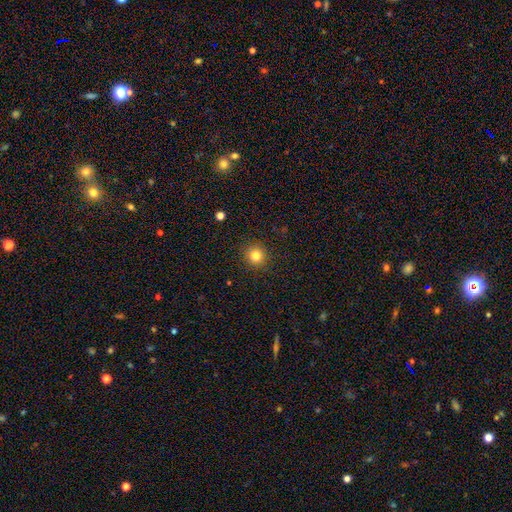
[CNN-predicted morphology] smooth-or-featured: smooth: 82% | star or artifact: 12% | featured or disk: 6%
  how-rounded: round: 93% | in between: 6% | cigar-shaped: 1%
  merging: none: 91% | minor disturbance: 6% | major disturbance: 2% | merger: 1%